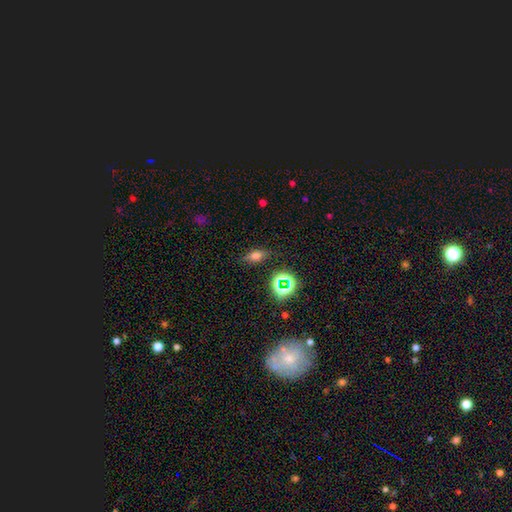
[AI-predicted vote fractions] A smooth galaxy with no disk features (62%) that is in between round and cigar-shaped (69%).

Vote fractions:
- Smooth or featured? smooth: 62% / star or artifact: 20% / featured or disk: 18%
- How rounded? in between: 69% / cigar-shaped: 18% / round: 13%
- Merging? none: 81% / minor disturbance: 13% / major disturbance: 4% / merger: 2%